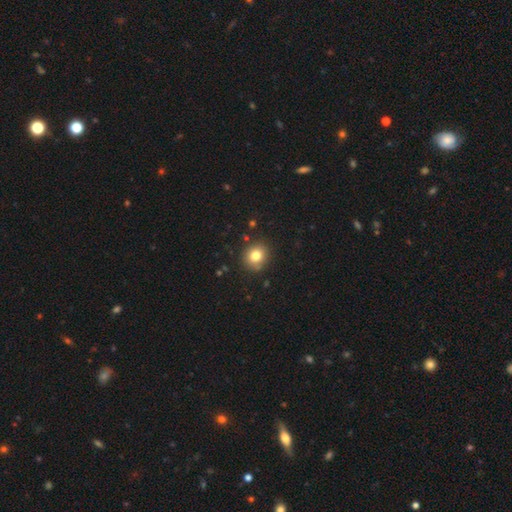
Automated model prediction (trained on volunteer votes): The model was most divided on "how rounded": round: 80%, in between: 19%, cigar-shaped: 1%. More confident: merging — none (87%); smooth or featured — smooth (80%).